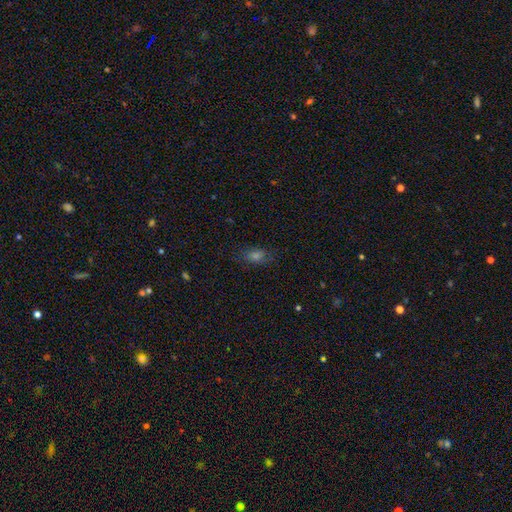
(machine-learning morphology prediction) Smooth or featured? smooth (54%)
How rounded? in between (76%)
Merging? none (80%)